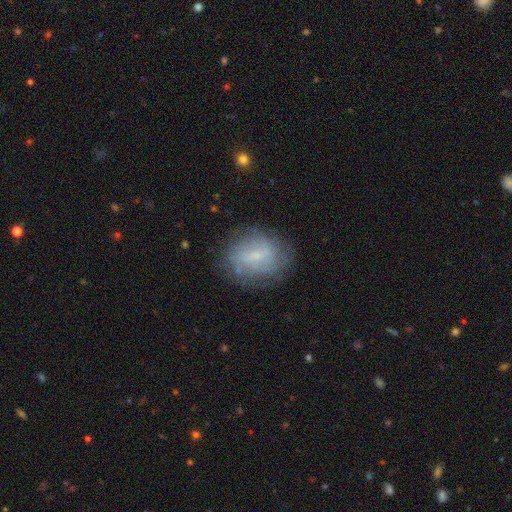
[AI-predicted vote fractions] Smooth or featured? Predicted: featured or disk (p=0.52). Edge-on disk? Predicted: no (p=0.95). Merging? Predicted: none (p=0.76).